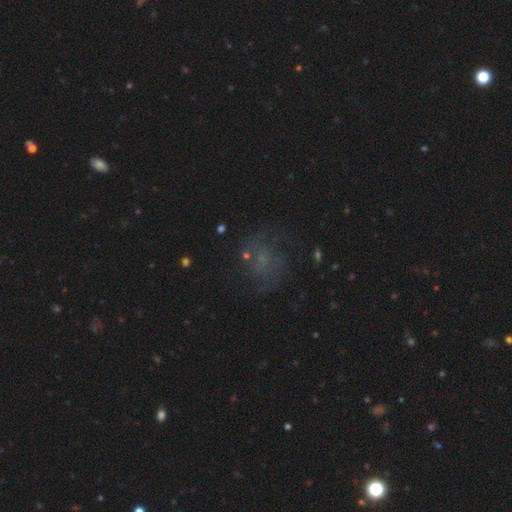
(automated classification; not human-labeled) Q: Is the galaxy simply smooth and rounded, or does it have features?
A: featured or disk — 37%.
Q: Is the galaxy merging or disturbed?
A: none — 60%.